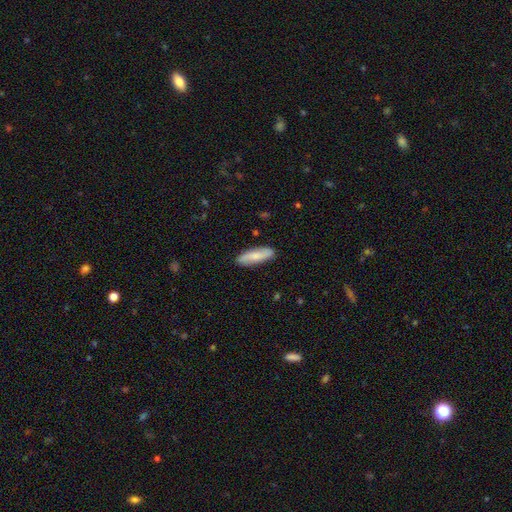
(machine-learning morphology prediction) type=smooth (73%); roundness=cigar-shaped (58%); merging=none (88%).